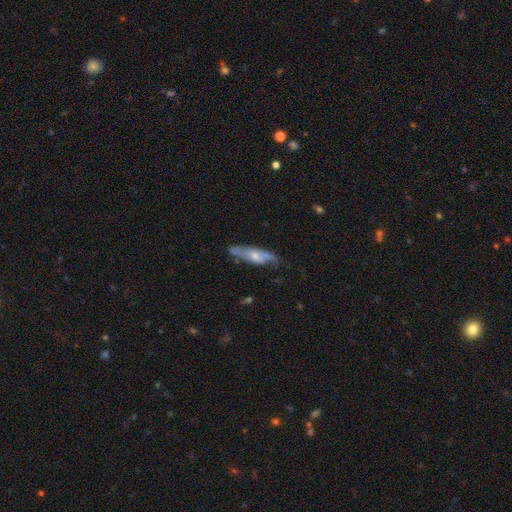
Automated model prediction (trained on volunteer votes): Overall: featured or disk (47%, tied with smooth). Merging: none (54%; minor disturbance 30%).